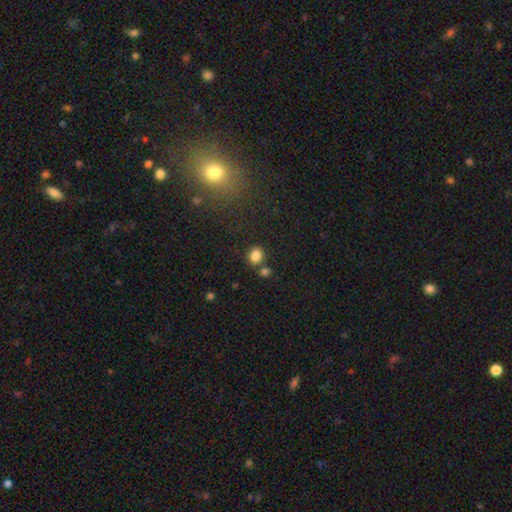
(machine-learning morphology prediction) Smooth or featured? smooth (84%)
How rounded? round (64%)
Merging? none (71%)